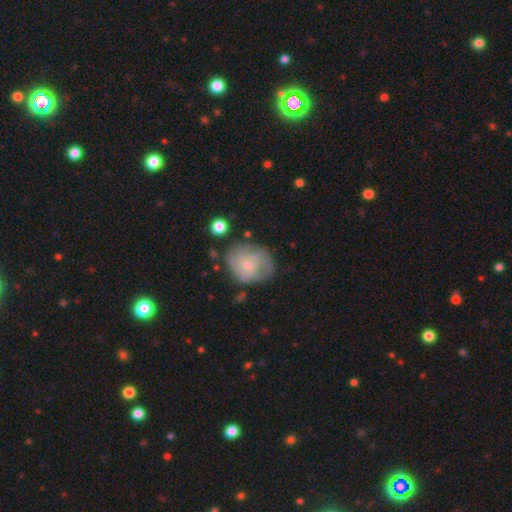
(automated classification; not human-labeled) This appears to be a featured or disk galaxy (61%) with no bar (78%), spiral arms (80%) and a small central bulge (70%). Merging: none (64%).